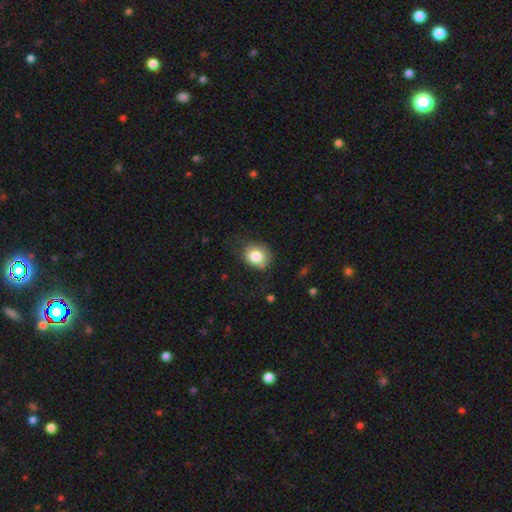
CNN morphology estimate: smooth-or-featured: smooth: 82% | featured or disk: 9% | star or artifact: 9%
  how-rounded: round: 66% | in between: 33% | cigar-shaped: 1%
  merging: none: 69% | minor disturbance: 22% | major disturbance: 8% | merger: 2%